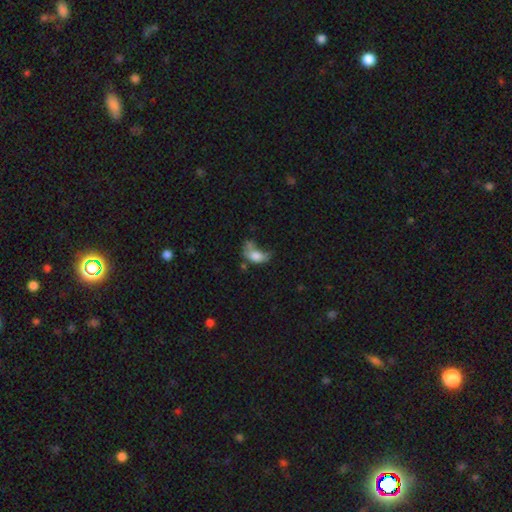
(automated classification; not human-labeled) Smooth or featured? smooth (66%)
How rounded? in between (86%)
Merging? major disturbance (44%)